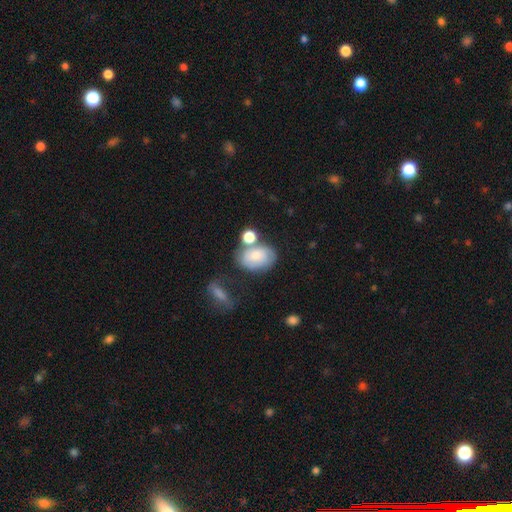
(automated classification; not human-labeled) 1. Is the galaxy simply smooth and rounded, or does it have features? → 63% smooth, 28% featured or disk, 9% star or artifact.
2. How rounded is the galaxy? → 80% in between, 19% round, 1% cigar-shaped.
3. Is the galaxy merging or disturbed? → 46% none, 25% merger, 20% minor disturbance, 9% major disturbance.